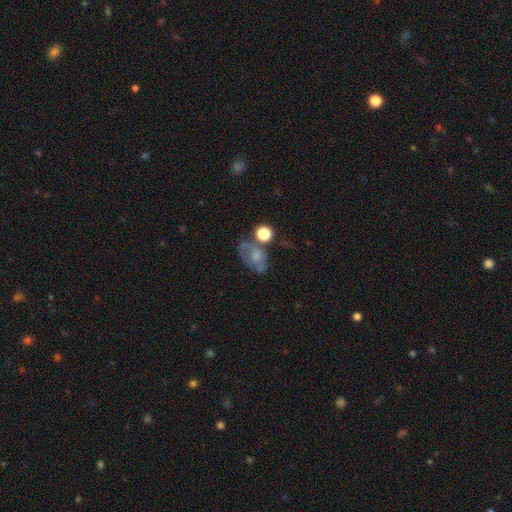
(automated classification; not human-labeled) smooth-or-featured: smooth: 52% | featured or disk: 34% | star or artifact: 14%
  how-rounded: in between: 73% | round: 25% | cigar-shaped: 2%
  merging: none: 39% | minor disturbance: 23% | merger: 19% | major disturbance: 19%